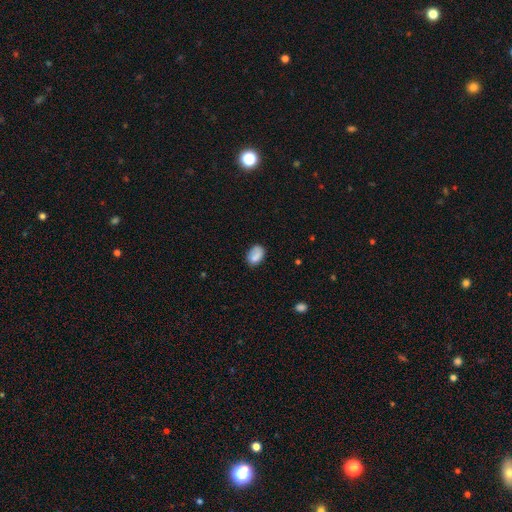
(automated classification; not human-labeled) This appears to be a smooth galaxy with no disk features (81%) that is in between round and cigar-shaped (81%). Merging: none (64%).